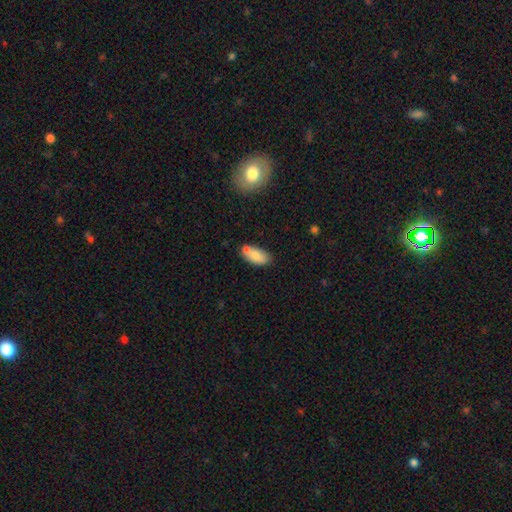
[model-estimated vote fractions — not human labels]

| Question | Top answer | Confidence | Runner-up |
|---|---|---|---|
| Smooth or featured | smooth | 80% | featured or disk (13%) |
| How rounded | in between | 90% | cigar-shaped (6%) |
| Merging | none | 58% | merger (19%) |